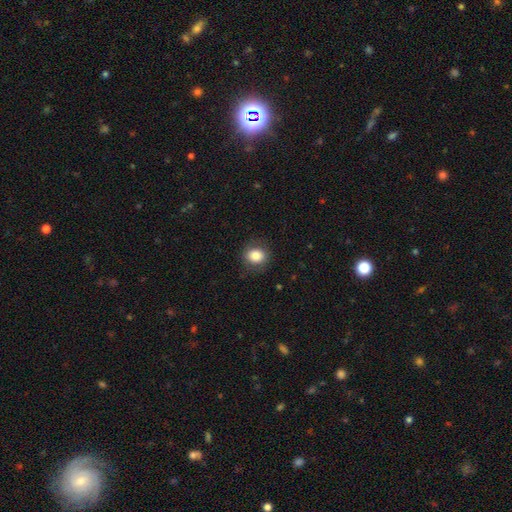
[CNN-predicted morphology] Q: Smooth or featured?
A: smooth (83%); runner-up: star or artifact (9%)
Q: How rounded?
A: round (69%); runner-up: in between (30%)
Q: Merging?
A: none (84%); runner-up: minor disturbance (11%)